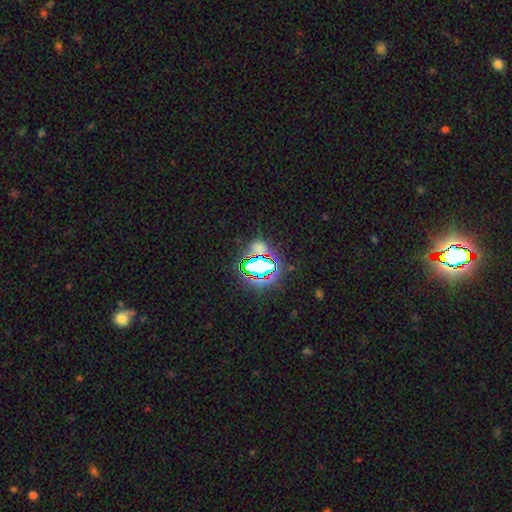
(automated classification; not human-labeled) smooth-or-featured: star or artifact: 68% | smooth: 21% | featured or disk: 11%